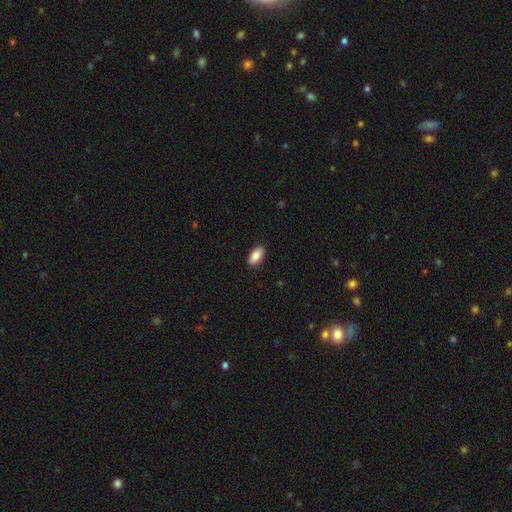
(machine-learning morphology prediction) Smooth or featured: smooth — 84% (featured or disk — 9%)
How rounded: in between — 90% (cigar-shaped — 7%)
Merging: none — 89% (minor disturbance — 8%)